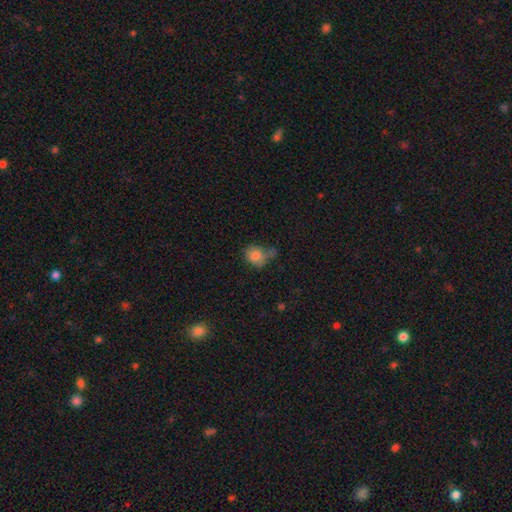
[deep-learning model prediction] The model was most divided on "how rounded": round: 55%, in between: 44%, cigar-shaped: 1%. Remaining: smooth or featured — smooth (80%); merging — none (41%).